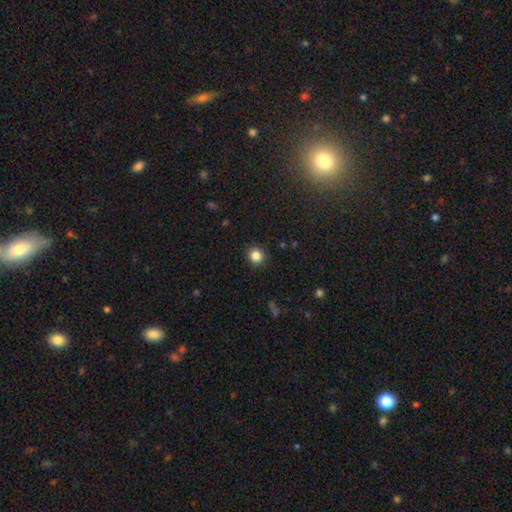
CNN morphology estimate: Smooth or featured?
  - smooth: 85% *
  - star or artifact: 11%
  - featured or disk: 4%
How rounded?
  - round: 89% *
  - in between: 10%
  - cigar-shaped: 1%
Merging?
  - none: 91% *
  - minor disturbance: 6%
  - major disturbance: 2%
  - merger: 1%